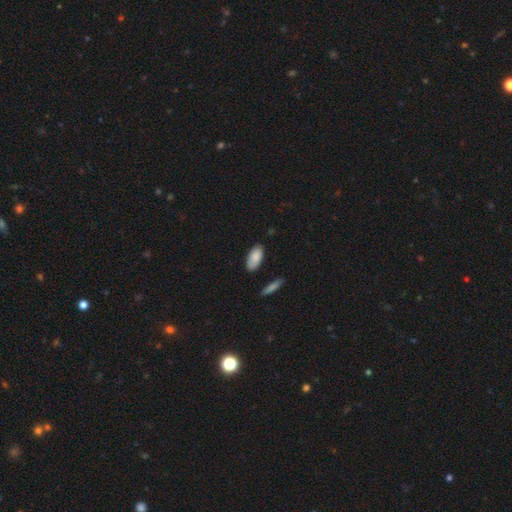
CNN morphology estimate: smooth-or-featured: smooth: 85% | featured or disk: 9% | star or artifact: 6%
  how-rounded: in between: 91% | cigar-shaped: 7% | round: 2%
  merging: none: 80% | minor disturbance: 15% | merger: 3% | major disturbance: 3%